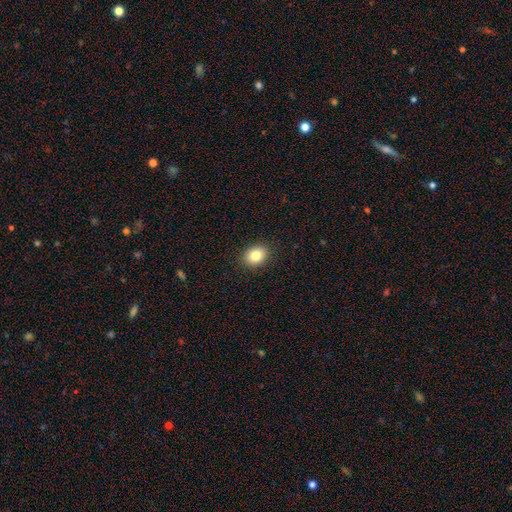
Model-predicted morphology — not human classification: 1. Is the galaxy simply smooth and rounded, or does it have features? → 83% smooth, 9% star or artifact, 7% featured or disk.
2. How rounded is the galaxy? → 58% in between, 42% round, 1% cigar-shaped.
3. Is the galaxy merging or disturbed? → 90% none, 7% minor disturbance, 2% major disturbance, 1% merger.